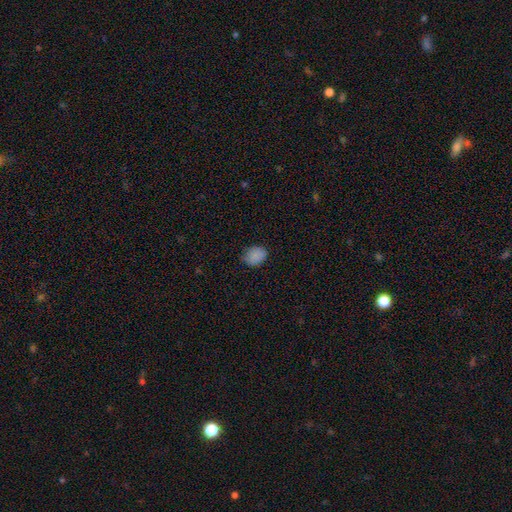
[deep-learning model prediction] smooth 86%, star or artifact 9%, featured or disk 4%. Down the decision tree: how rounded — in between (55%); merging — none (77%).